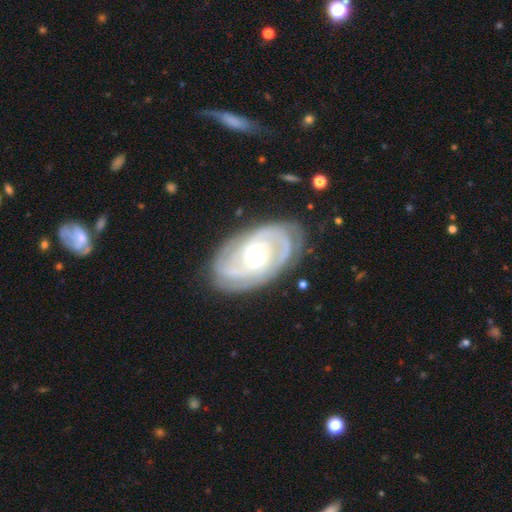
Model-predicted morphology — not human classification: The model was most divided on "bar": no: 50%, weak: 37%, strong: 13%. Remaining: edge-on disk — no (96%); spiral arms — yes (95%); smooth or featured — featured or disk (87%); merging — none (79%); bulge size — moderate (71%); spiral winding — tight (63%); spiral arm count — 2 (39%).